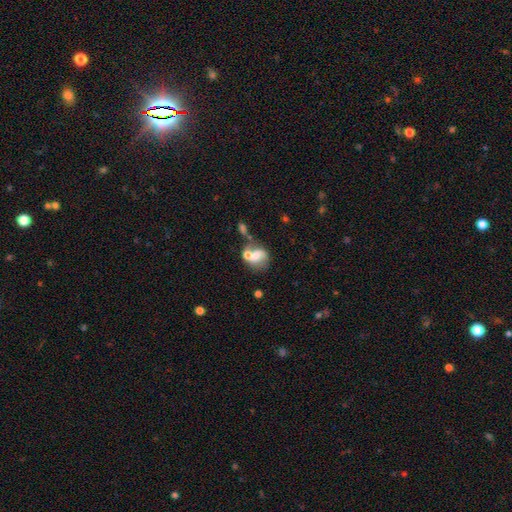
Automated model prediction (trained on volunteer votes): Smooth or featured? featured or disk (50%)
Merging? merger (43%)